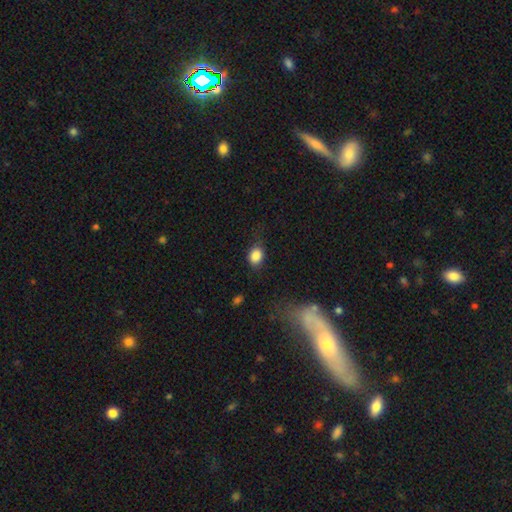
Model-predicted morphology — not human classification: The model was most divided on "how rounded": in between: 55%, round: 44%, cigar-shaped: 1%. More confident: smooth or featured — smooth (85%); merging — none (69%).